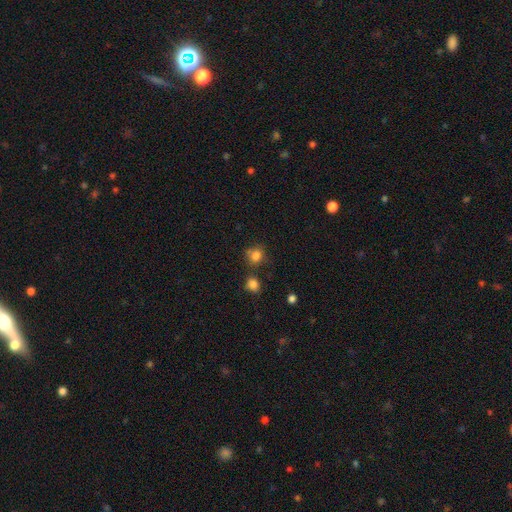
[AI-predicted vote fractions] Smooth or featured? Predicted: smooth (p=0.80). How rounded? Predicted: round (p=0.75). Merging? Predicted: none (p=0.67).